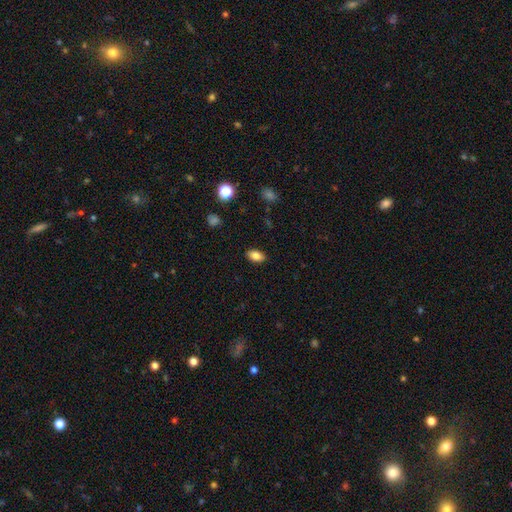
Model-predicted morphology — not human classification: Smooth or featured: smooth — 85% (star or artifact — 9%)
How rounded: in between — 90% (round — 7%)
Merging: none — 88% (minor disturbance — 9%)